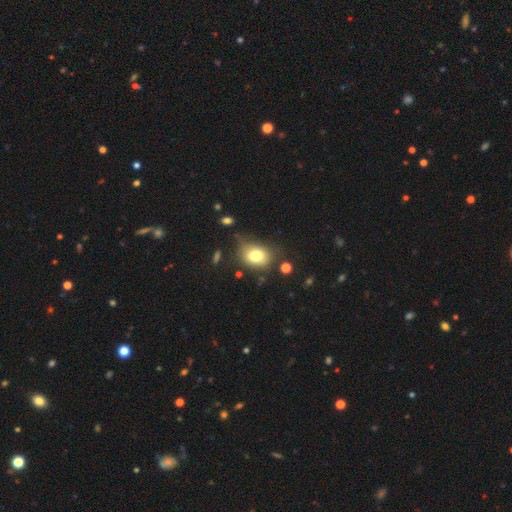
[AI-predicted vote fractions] Smooth or featured: smooth — 77% (featured or disk — 13%)
How rounded: in between — 59% (round — 40%)
Merging: none — 63% (minor disturbance — 24%)